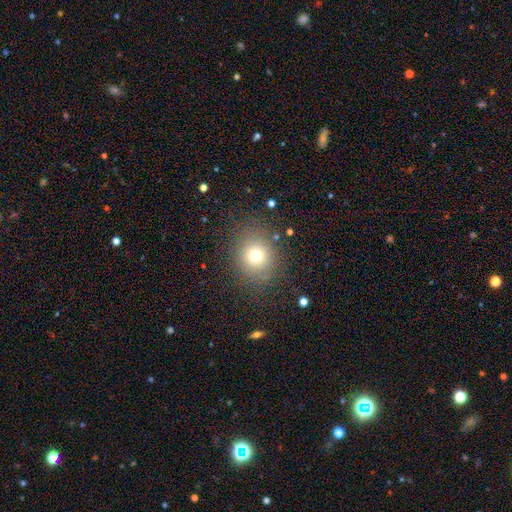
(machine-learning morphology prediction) A smooth galaxy with no disk features (72%) that is round (83%). Merging: none (84%).